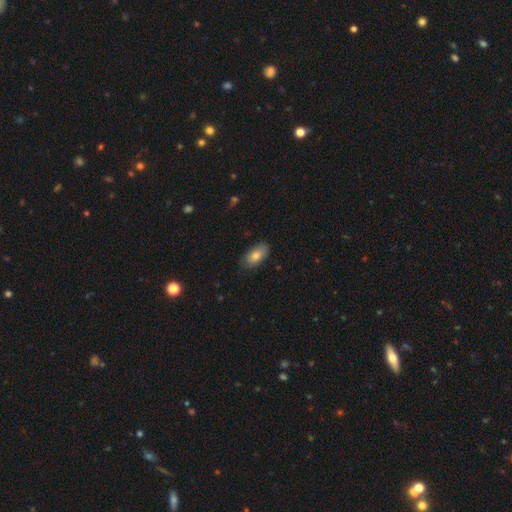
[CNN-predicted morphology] smooth-or-featured: smooth: 78% | featured or disk: 14% | star or artifact: 8%
  how-rounded: in between: 92% | cigar-shaped: 4% | round: 4%
  merging: none: 84% | minor disturbance: 13% | major disturbance: 2% | merger: 1%